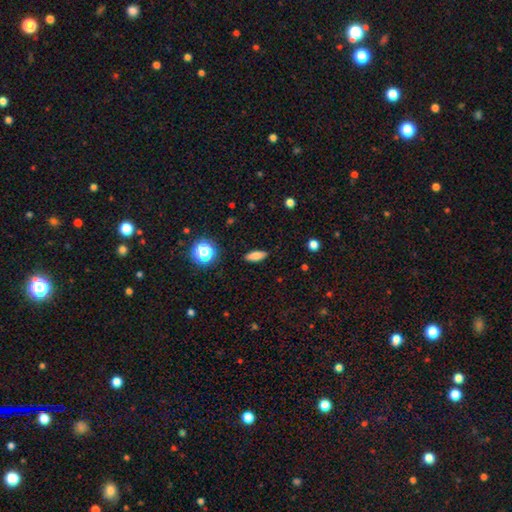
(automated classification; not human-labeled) A smooth galaxy with no disk features (80%) that is in between round and cigar-shaped (64%). Merging: none (88%).